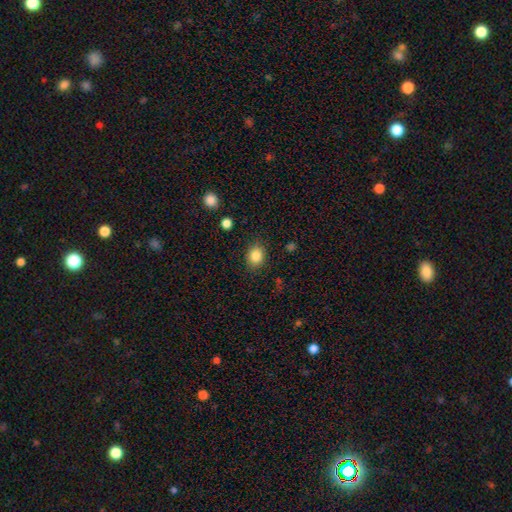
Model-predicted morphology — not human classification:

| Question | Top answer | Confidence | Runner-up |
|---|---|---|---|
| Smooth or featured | smooth | 86% | star or artifact (9%) |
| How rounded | in between | 54% | round (45%) |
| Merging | none | 85% | minor disturbance (10%) |